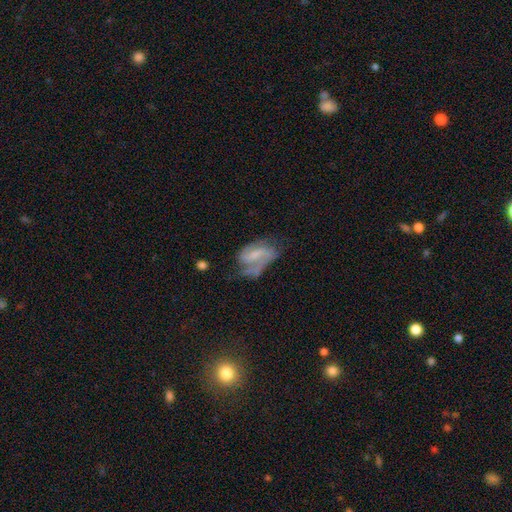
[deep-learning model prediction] Morphology: type=featured or disk (74%); edge-on=no (97%); bar=weak (49%); spiral arms=yes (90%); winding=medium (46%); arm count=2 (69%); bulge=small (44%); merging=none (41%).